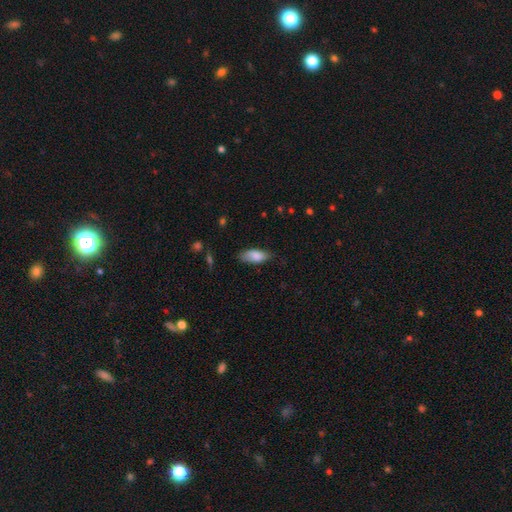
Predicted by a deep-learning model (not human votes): Smooth or featured?
  - smooth: 84% *
  - featured or disk: 10%
  - star or artifact: 6%
How rounded?
  - in between: 85% *
  - cigar-shaped: 13%
  - round: 2%
Merging?
  - none: 71% *
  - minor disturbance: 24%
  - major disturbance: 4%
  - merger: 1%